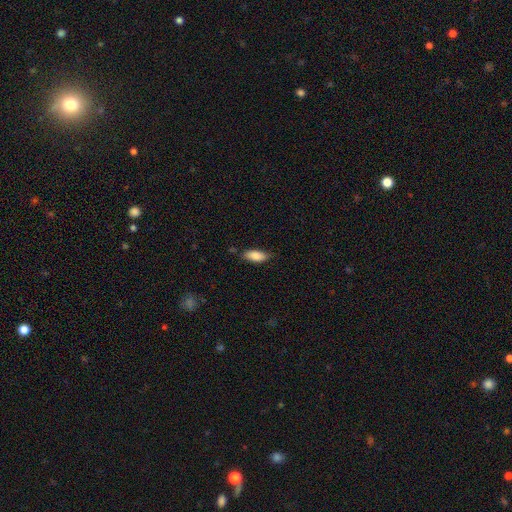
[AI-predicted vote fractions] This is clearly a smooth galaxy (86%). How rounded: likely in between (80%). Merging: likely none (76%).